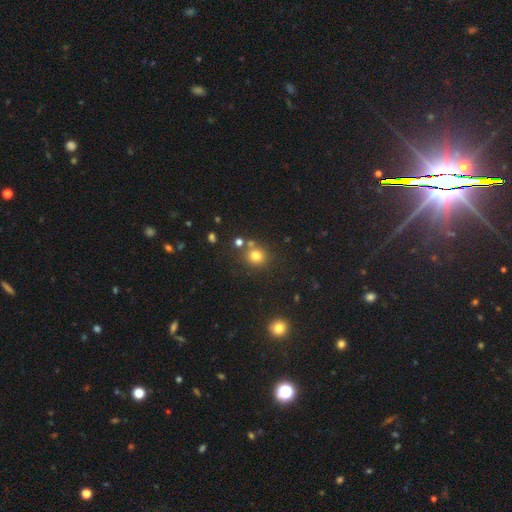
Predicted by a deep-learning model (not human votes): smooth_or_featured: smooth (p=0.77) [alt: star or artifact p=0.16]
how_rounded: round (p=0.86) [alt: in between p=0.13]
merging: none (p=0.74) [alt: merger p=0.13]